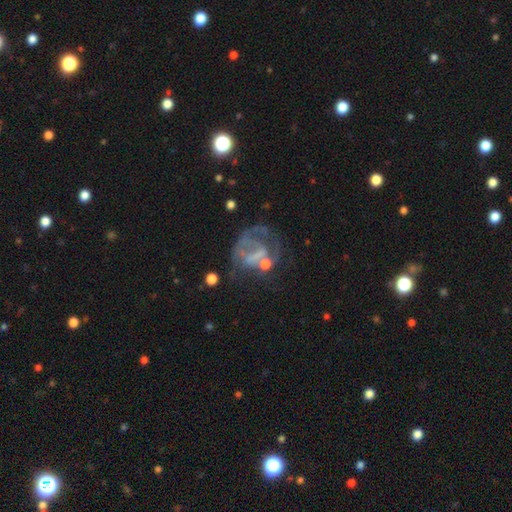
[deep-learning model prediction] The model was most divided on "merging": major disturbance: 42%, none: 32%, minor disturbance: 16%, merger: 10%. More confident: edge-on disk — no (97%); spiral arms — no (62%); smooth or featured — featured or disk (61%); bar — no (60%); bulge size — none (55%).